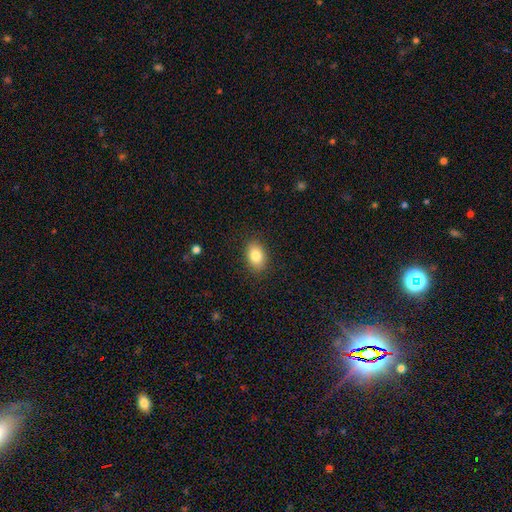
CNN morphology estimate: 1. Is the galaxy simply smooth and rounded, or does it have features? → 84% smooth, 8% featured or disk, 8% star or artifact.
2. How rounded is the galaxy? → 84% in between, 15% round, 1% cigar-shaped.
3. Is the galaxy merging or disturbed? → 88% none, 9% minor disturbance, 2% major disturbance, 1% merger.